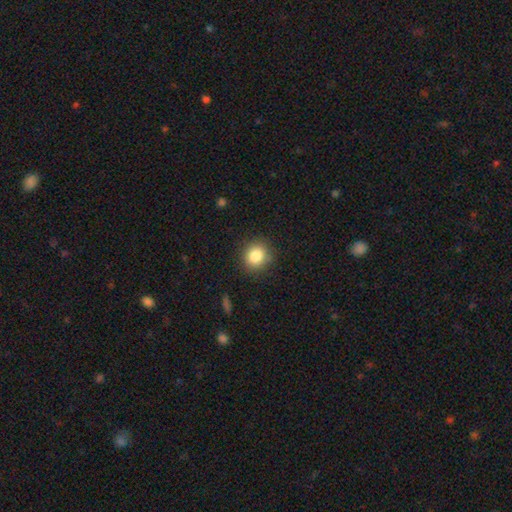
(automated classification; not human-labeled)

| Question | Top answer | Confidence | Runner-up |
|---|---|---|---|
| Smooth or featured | smooth | 84% | star or artifact (10%) |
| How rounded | round | 84% | in between (15%) |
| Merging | none | 88% | minor disturbance (9%) |